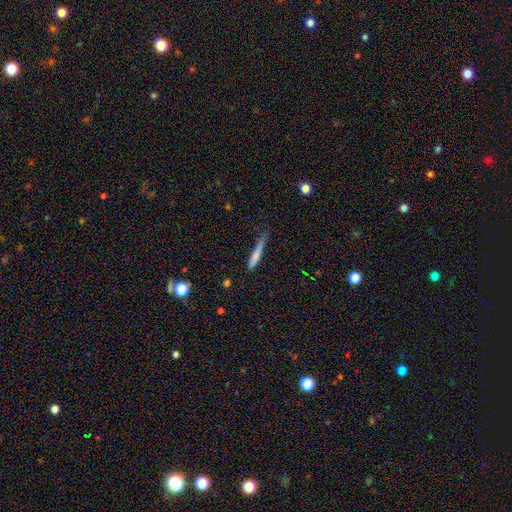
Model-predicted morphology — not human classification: Smooth or featured? Predicted: smooth (p=0.73). How rounded? Predicted: cigar-shaped (p=0.93). Merging? Predicted: none (p=0.55).